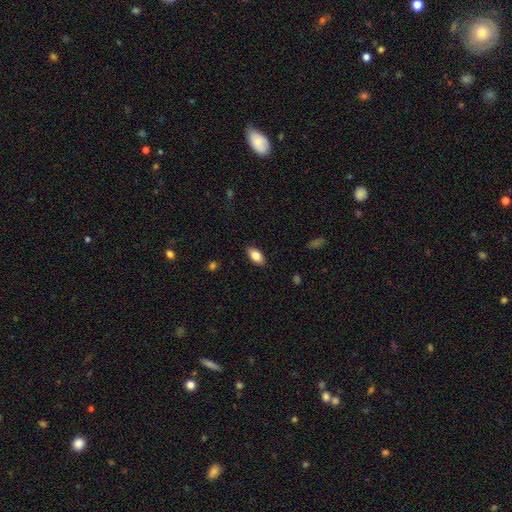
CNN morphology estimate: The model was most divided on "smooth or featured": smooth: 83%, featured or disk: 10%, star or artifact: 7%. More confident: how rounded — in between (92%); merging — none (88%).